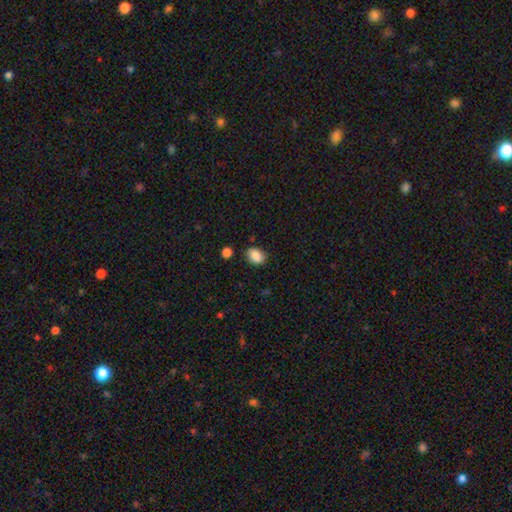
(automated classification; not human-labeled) The model was most divided on "how rounded": in between: 69%, round: 30%, cigar-shaped: 1%. More confident: smooth or featured — smooth (87%); merging — none (79%).